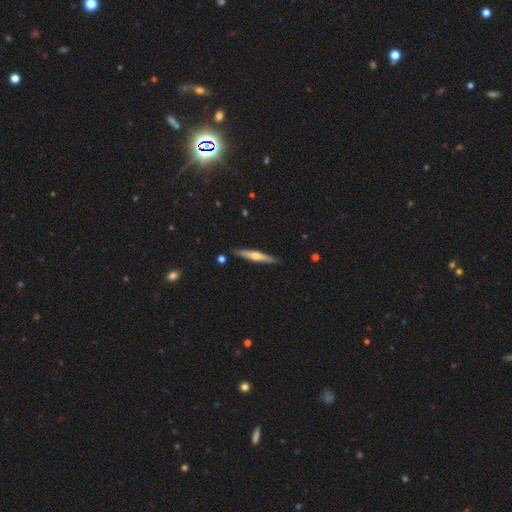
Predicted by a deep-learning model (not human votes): smooth_or_featured: featured or disk (p=0.58) [alt: smooth p=0.37]
disk_edge_on: yes (p=0.96) [alt: no p=0.04]
edge_on_bulge: rounded (p=0.86) [alt: none p=0.11]
merging: none (p=0.89) [alt: minor disturbance p=0.08]